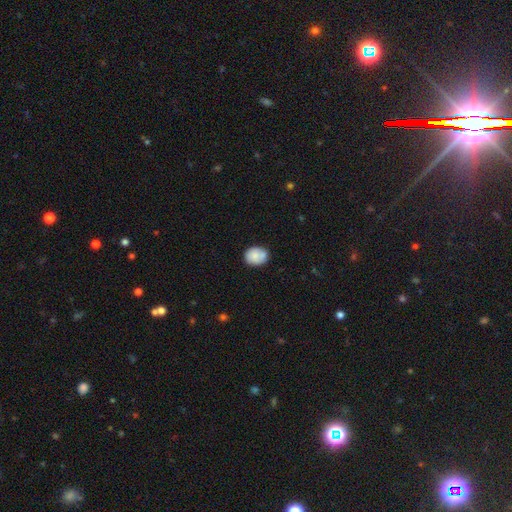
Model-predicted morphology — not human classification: Smooth or featured? smooth (73%)
How rounded? round (51%)
Merging? none (66%)